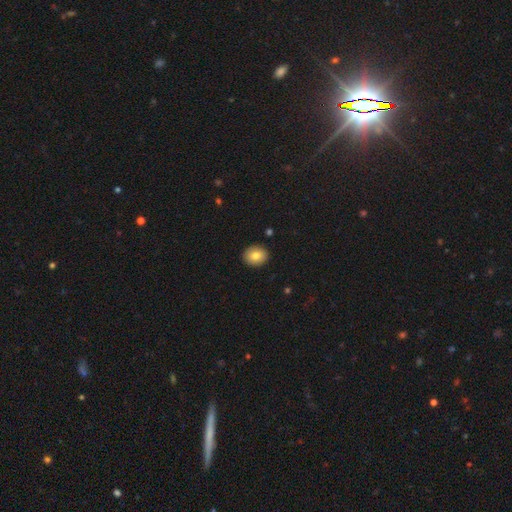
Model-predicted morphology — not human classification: The model was most divided on "how rounded": round: 65%, in between: 34%, cigar-shaped: 1%. More confident: merging — none (91%); smooth or featured — smooth (79%).